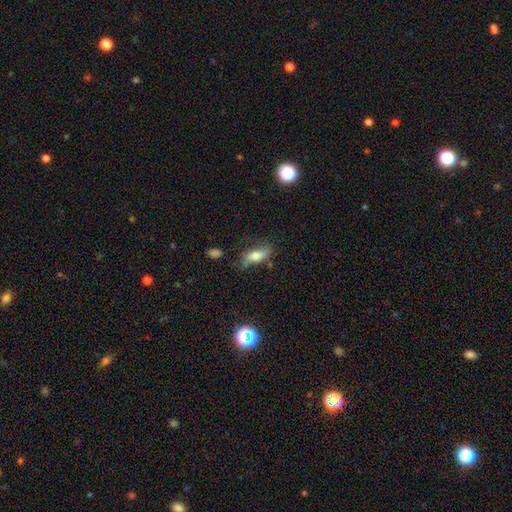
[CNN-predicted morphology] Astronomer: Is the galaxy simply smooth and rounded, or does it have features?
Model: smooth — 59%.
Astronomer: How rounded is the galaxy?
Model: in between — 73%.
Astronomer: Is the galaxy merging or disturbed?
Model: none — 58%.